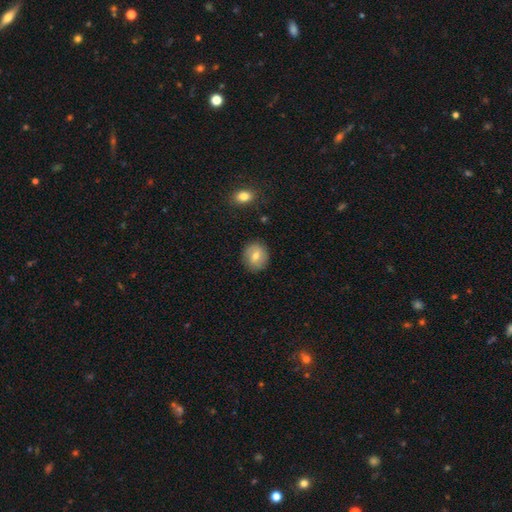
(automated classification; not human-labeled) smooth 70%, featured or disk 22%, star or artifact 9%. Down the decision tree: how rounded — round (83%); merging — none (87%).